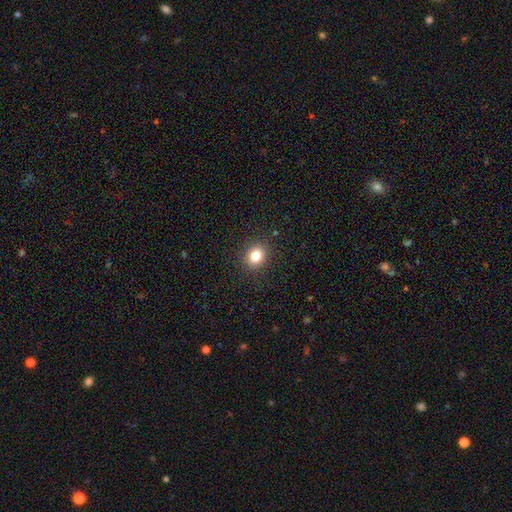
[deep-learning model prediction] Overall: smooth (81%). How rounded: round (70%). Merging: none (90%).